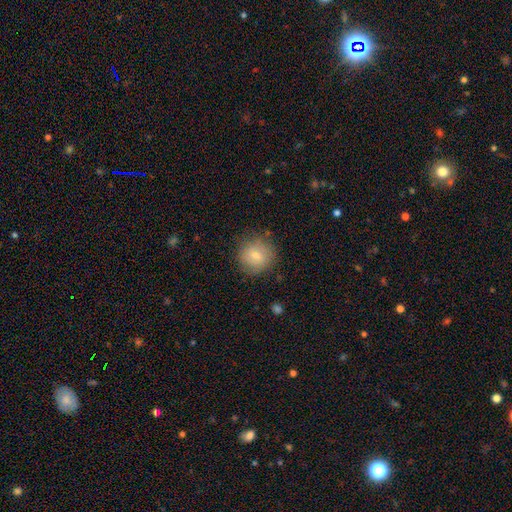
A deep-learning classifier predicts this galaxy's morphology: smooth 77%, featured or disk 15%, star or artifact 9%. Down the decision tree: how rounded — round (91%); merging — none (82%).